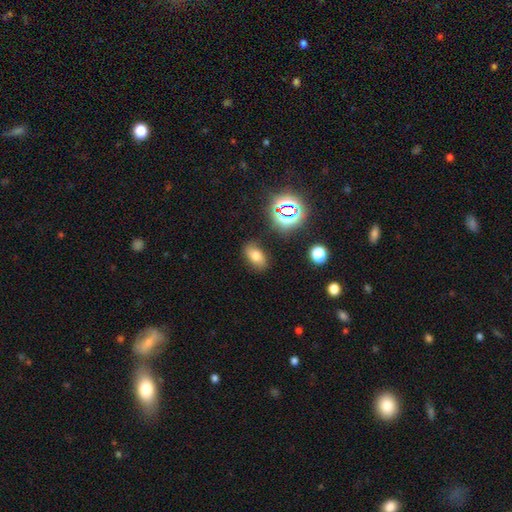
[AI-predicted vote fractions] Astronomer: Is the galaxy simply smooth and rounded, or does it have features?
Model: smooth — 67%.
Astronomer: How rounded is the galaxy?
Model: in between — 86%.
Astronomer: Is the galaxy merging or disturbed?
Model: none — 82%.